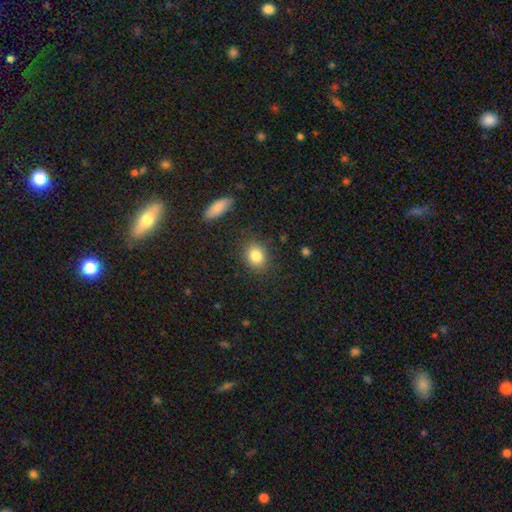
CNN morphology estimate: smooth 84%, star or artifact 9%, featured or disk 7%. Down the decision tree: how rounded — round (50%); merging — none (84%).